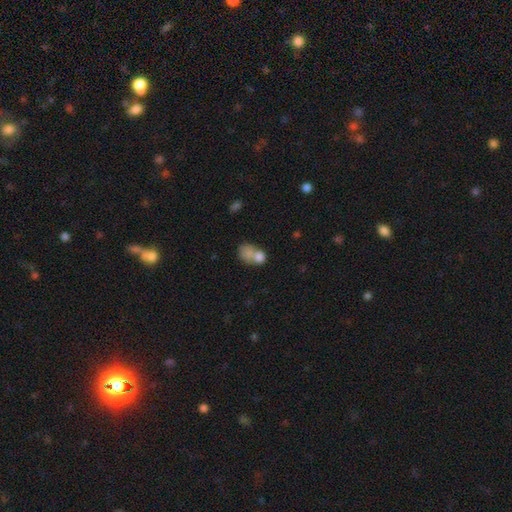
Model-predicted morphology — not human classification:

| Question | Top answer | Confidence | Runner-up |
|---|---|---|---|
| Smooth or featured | smooth | 76% | featured or disk (14%) |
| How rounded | in between | 61% | round (37%) |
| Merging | merger | 60% | none (23%) |